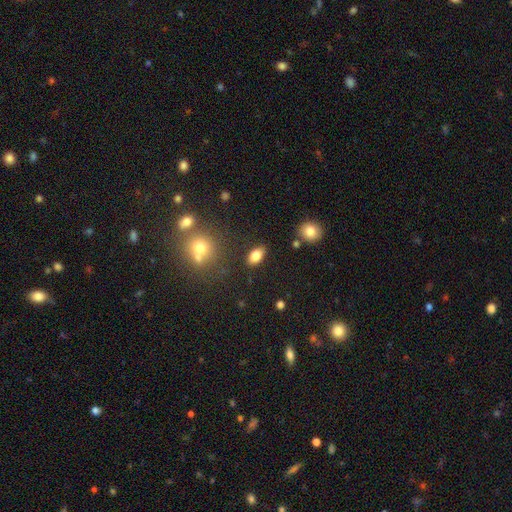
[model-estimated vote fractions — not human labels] smooth-or-featured: smooth: 82% | star or artifact: 9% | featured or disk: 9%
  how-rounded: in between: 90% | round: 6% | cigar-shaped: 4%
  merging: none: 84% | minor disturbance: 10% | merger: 3% | major disturbance: 3%